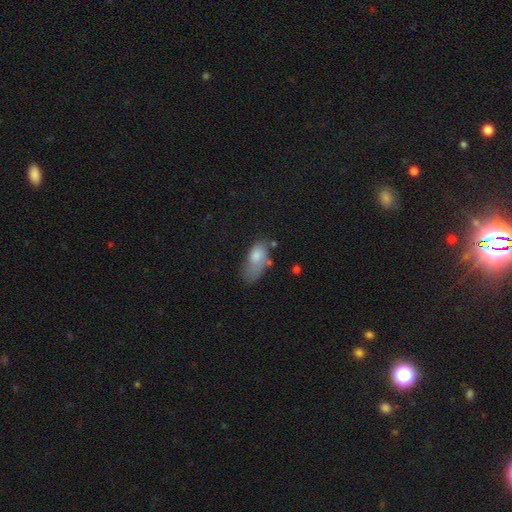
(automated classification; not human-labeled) smooth_or_featured: smooth (p=0.72) [alt: featured or disk p=0.17]
how_rounded: in between (p=0.85) [alt: round p=0.08]
merging: minor disturbance (p=0.33) [tied with: none p=0.33]